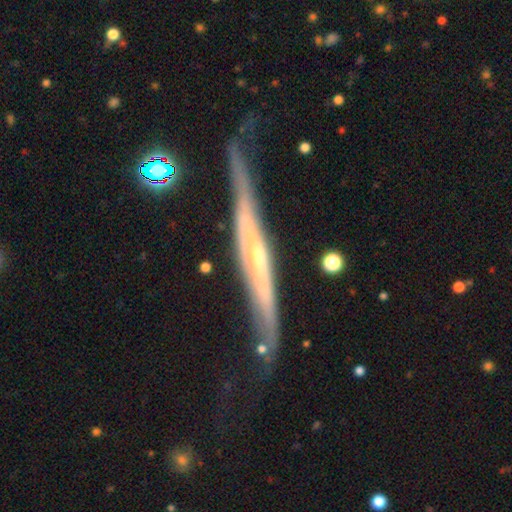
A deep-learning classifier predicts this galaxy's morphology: Overall: featured or disk (81%). Edge-on disk: yes (87%). Edge-on bulge: rounded (53%; none 38%). Merging: none (56%; minor disturbance 27%).